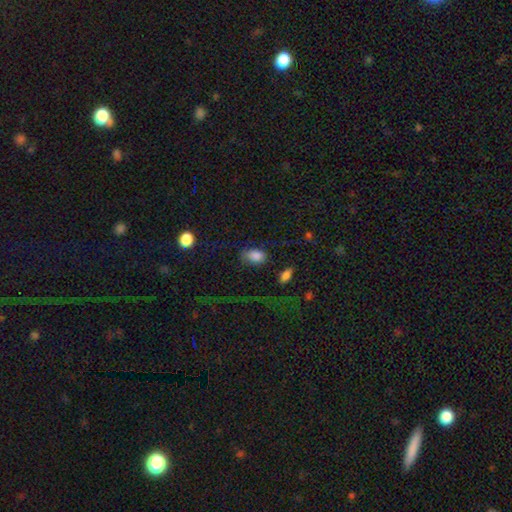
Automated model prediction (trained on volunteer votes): Smooth or featured? Predicted: smooth (p=0.85). How rounded? Predicted: in between (p=0.85). Merging? Predicted: none (p=0.74).